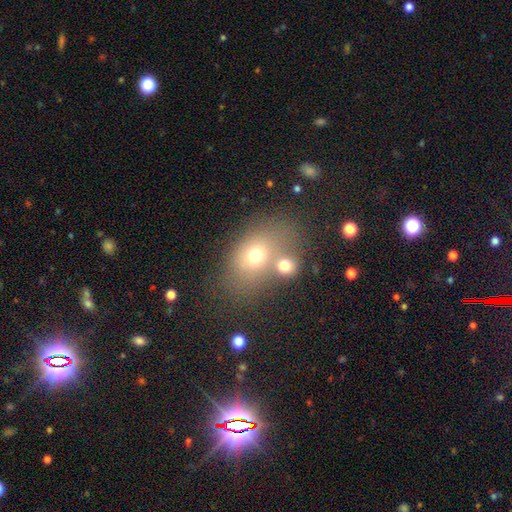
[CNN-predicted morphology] Q: Smooth or featured?
A: smooth (65%); runner-up: featured or disk (20%)
Q: How rounded?
A: in between (70%); runner-up: round (28%)
Q: Merging?
A: none (47%); runner-up: merger (31%)